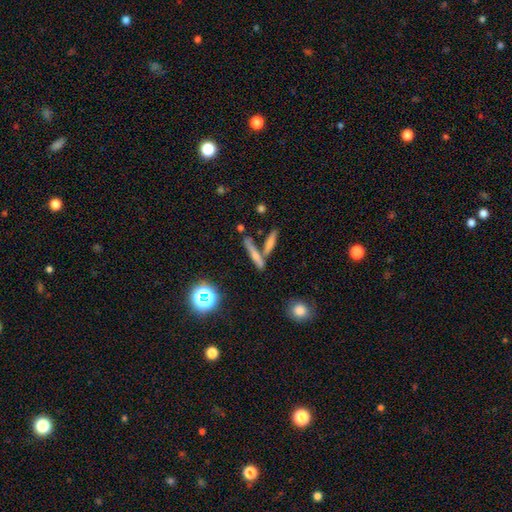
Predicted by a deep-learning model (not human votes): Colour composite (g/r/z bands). It shows a smooth galaxy with no disk features (41%, tied with featured or disk). Merging: none (60%).